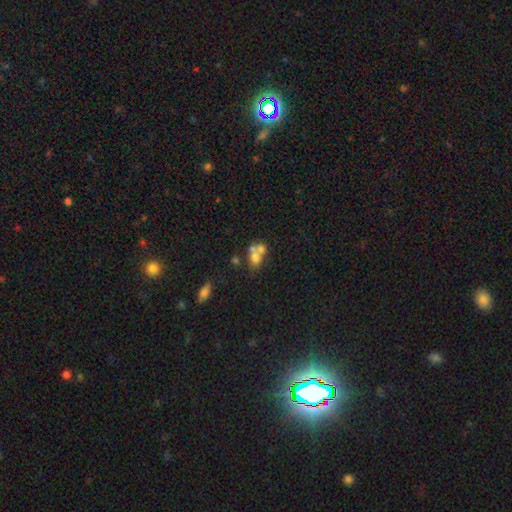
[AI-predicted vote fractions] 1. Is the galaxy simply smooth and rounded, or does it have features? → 61% smooth, 26% featured or disk, 13% star or artifact.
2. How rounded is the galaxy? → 55% in between, 43% round, 2% cigar-shaped.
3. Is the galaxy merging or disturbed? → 61% merger, 24% none, 9% minor disturbance, 6% major disturbance.